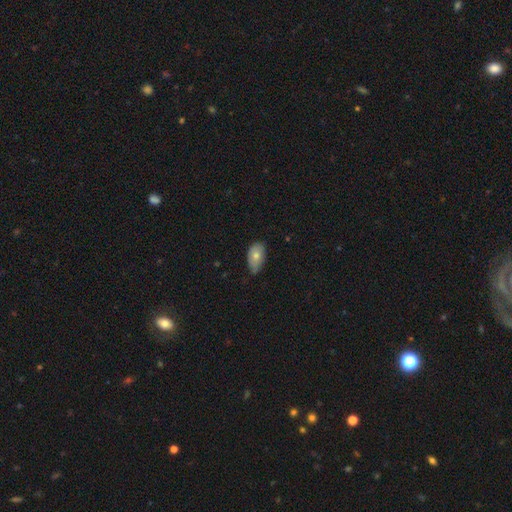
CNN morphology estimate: A smooth galaxy with no disk features (75%) that is in between round and cigar-shaped (92%). Merging: none (58%).